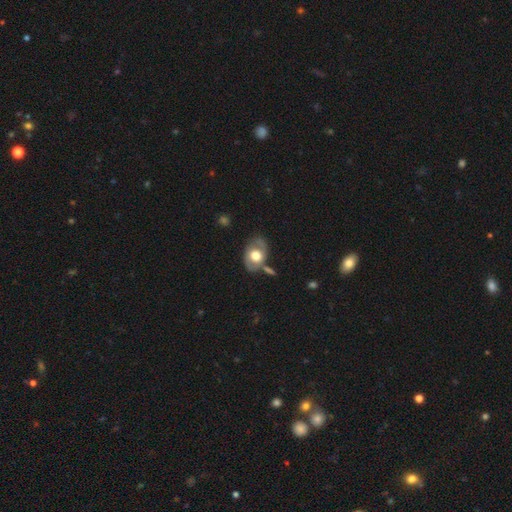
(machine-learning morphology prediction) type=featured or disk (47%); merging=none (62%).